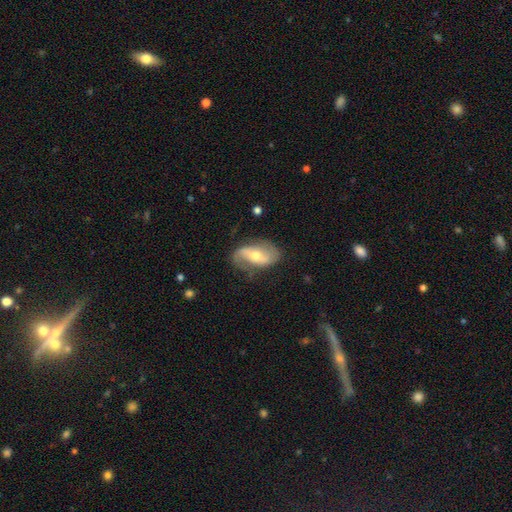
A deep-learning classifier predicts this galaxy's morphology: This is likely a featured or disk galaxy (70%). It is clearly not viewed edge-on (93%). Bar: marginally no (37%). Spiral arm pattern: clearly yes (85%). Spiral arm count: clearly 2 (85%). Spiral winding: possibly loose (55%). Central bulge: likely moderate (67%). Merging: likely none (69%).